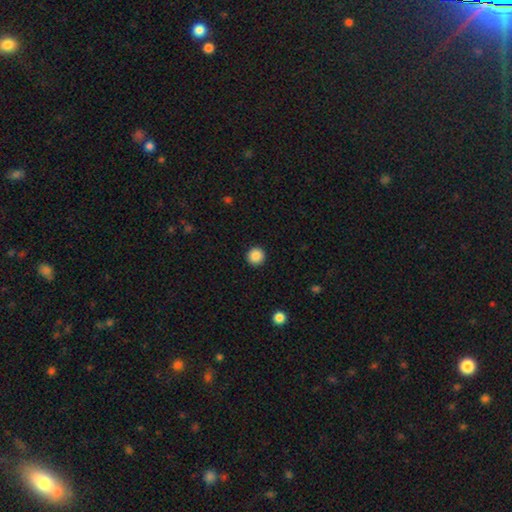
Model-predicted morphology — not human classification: type=smooth (88%); roundness=round (95%); merging=none (93%).